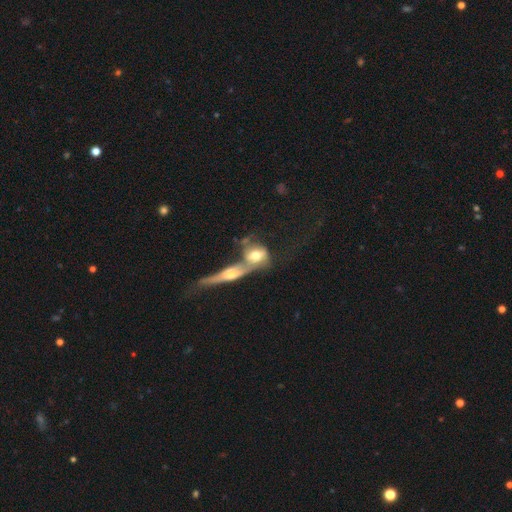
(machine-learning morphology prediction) Smooth or featured? Predicted: featured or disk (p=0.46). Merging? Predicted: merger (p=0.68).